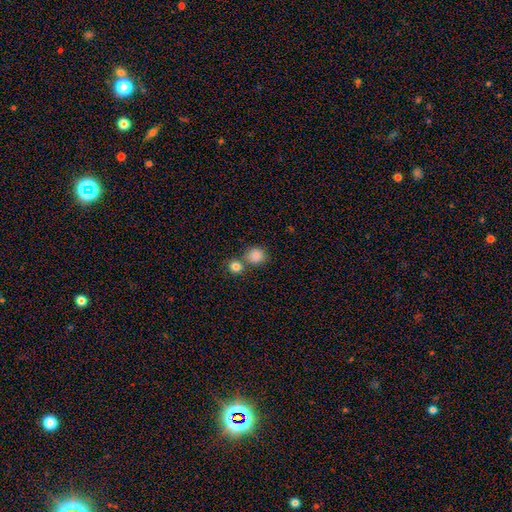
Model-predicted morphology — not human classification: Smooth or featured? smooth (85%)
How rounded? round (86%)
Merging? none (62%)